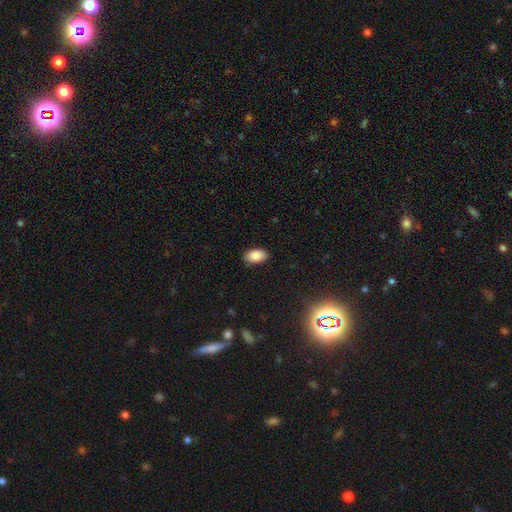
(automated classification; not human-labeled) Smooth or featured?
  - smooth: 87% *
  - star or artifact: 8%
  - featured or disk: 5%
How rounded?
  - in between: 93% *
  - round: 5%
  - cigar-shaped: 2%
Merging?
  - none: 86% *
  - minor disturbance: 11%
  - major disturbance: 2%
  - merger: 1%